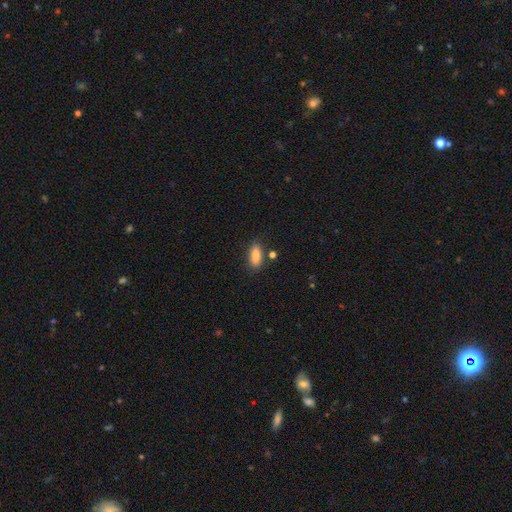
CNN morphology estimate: Smooth or featured?
  - smooth: 82% *
  - featured or disk: 10%
  - star or artifact: 8%
How rounded?
  - in between: 80% *
  - cigar-shaped: 17%
  - round: 3%
Merging?
  - none: 78% *
  - minor disturbance: 13%
  - merger: 6%
  - major disturbance: 3%